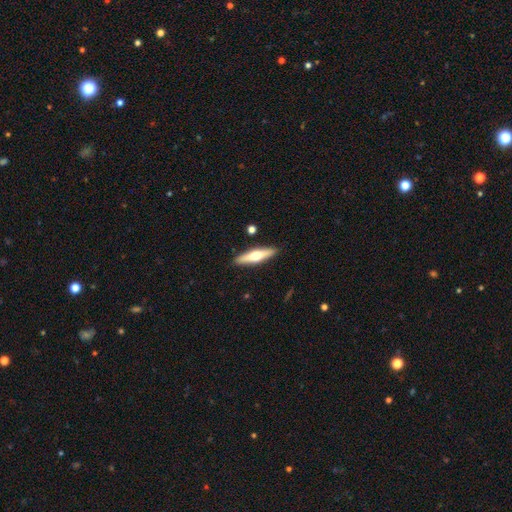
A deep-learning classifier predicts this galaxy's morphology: A featured or disk galaxy (53%) viewed edge-on (93%). Merging: none (89%).